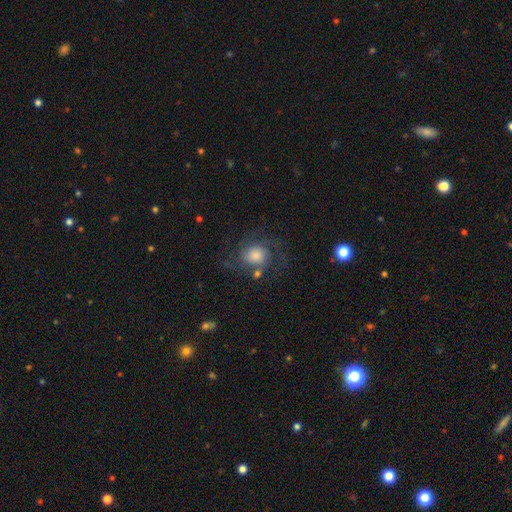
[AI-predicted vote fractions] Smooth or featured: featured or disk — 57% (smooth — 32%)
Edge-on disk: no — 97% (yes — 3%)
Bar: no — 77% (weak — 20%)
Spiral arms: yes — 88% (no — 12%)
Bulge size: large — 34% (moderate — 31%)
Merging: none — 61% (minor disturbance — 18%)